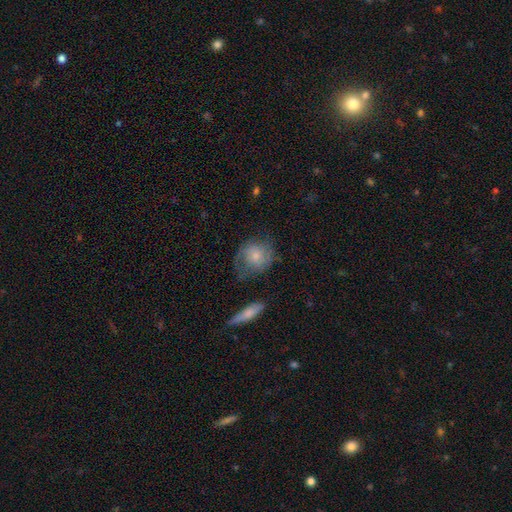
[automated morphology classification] This appears to be a smooth galaxy with no disk features (64%) that is round (73%). Merging: none (52%).